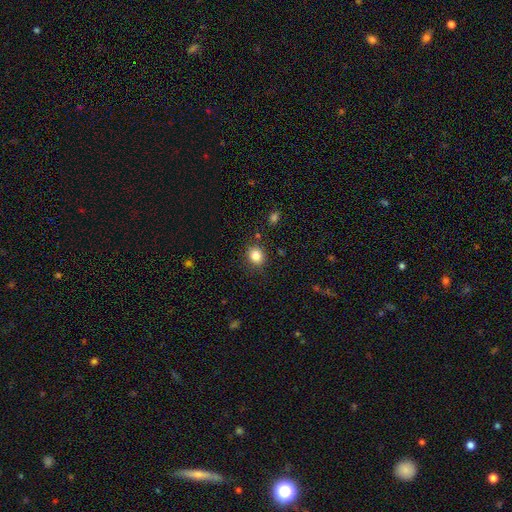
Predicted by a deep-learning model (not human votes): This is clearly a smooth galaxy (84%). How rounded: likely round (72%). Merging: clearly none (86%).